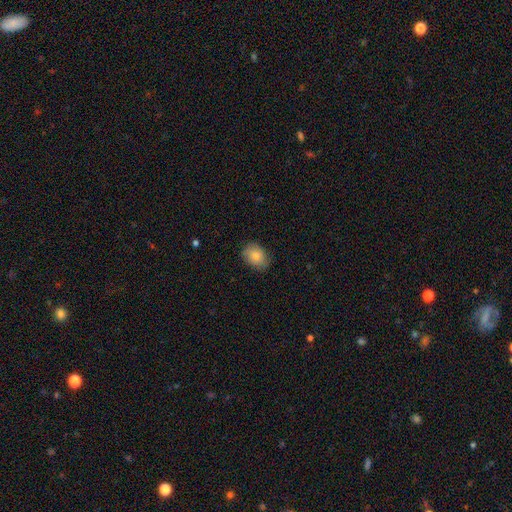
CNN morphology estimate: Q: Smooth or featured?
A: smooth (83%); runner-up: featured or disk (9%)
Q: How rounded?
A: in between (62%); runner-up: round (37%)
Q: Merging?
A: none (80%); runner-up: minor disturbance (16%)